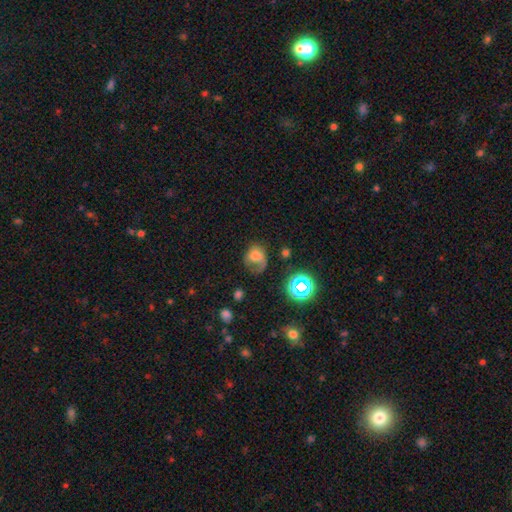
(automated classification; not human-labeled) Q: Smooth or featured?
A: smooth (56%); runner-up: featured or disk (29%)
Q: How rounded?
A: round (54%); runner-up: in between (44%)
Q: Merging?
A: major disturbance (39%); runner-up: none (31%)